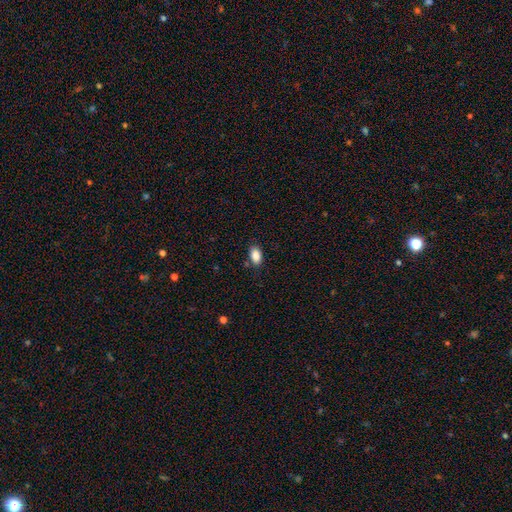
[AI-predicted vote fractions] A smooth galaxy with no disk features (88%) that is in between round and cigar-shaped (90%). Merging: none (82%).